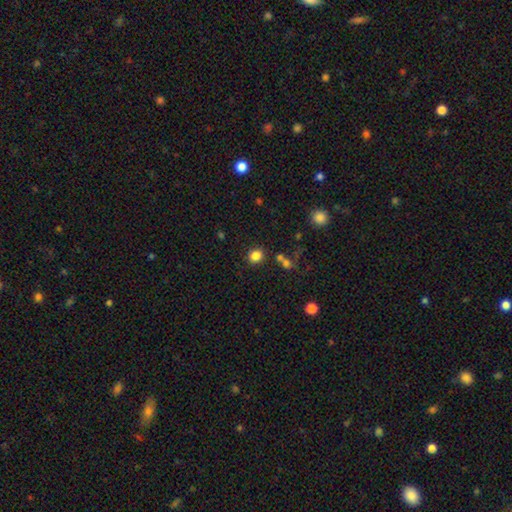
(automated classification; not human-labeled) Smooth or featured?
  - smooth: 83% *
  - star or artifact: 12%
  - featured or disk: 4%
How rounded?
  - round: 80% *
  - in between: 19%
  - cigar-shaped: 1%
Merging?
  - none: 82% *
  - minor disturbance: 8%
  - merger: 6%
  - major disturbance: 3%